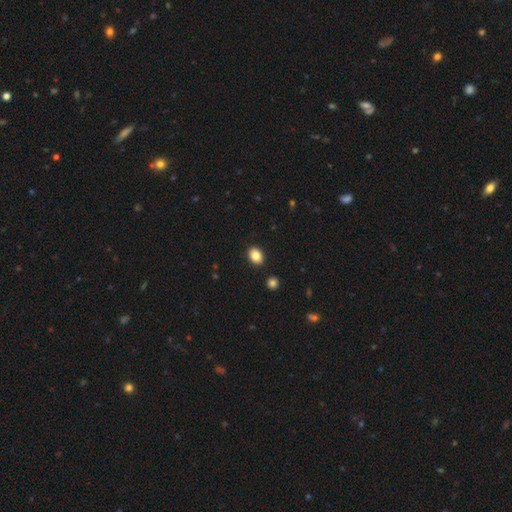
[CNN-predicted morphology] This is clearly a smooth galaxy (85%). How rounded: likely in between (74%). Merging: clearly none (89%).